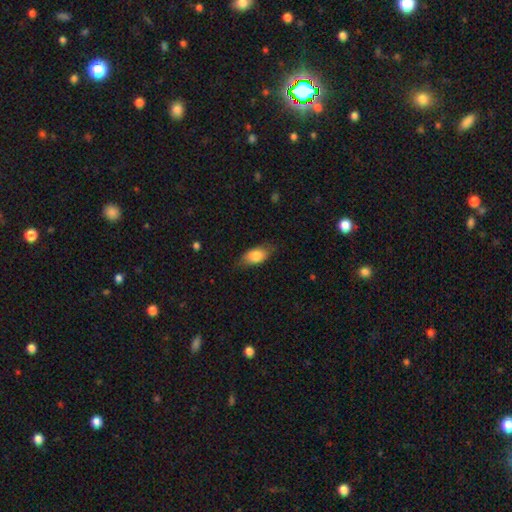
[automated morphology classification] Overall: smooth (80%). How rounded: in between (88%). Merging: none (72%).